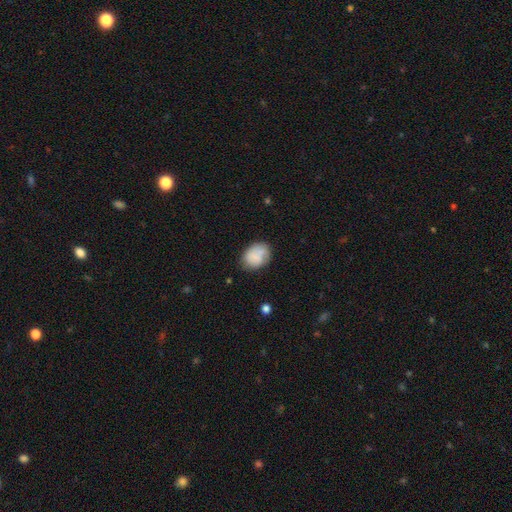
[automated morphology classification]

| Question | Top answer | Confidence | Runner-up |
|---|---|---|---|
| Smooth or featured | smooth | 72% | featured or disk (20%) |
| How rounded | in between | 60% | round (39%) |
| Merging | none | 66% | minor disturbance (23%) |